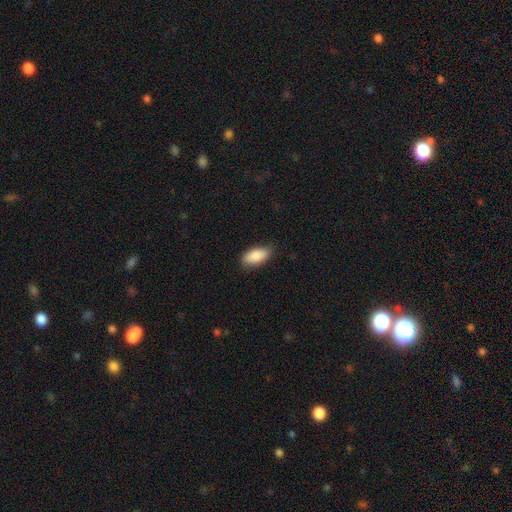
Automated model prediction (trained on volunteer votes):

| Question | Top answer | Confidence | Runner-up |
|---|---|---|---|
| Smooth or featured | smooth | 86% | featured or disk (8%) |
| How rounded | in between | 90% | cigar-shaped (7%) |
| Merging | none | 82% | minor disturbance (14%) |